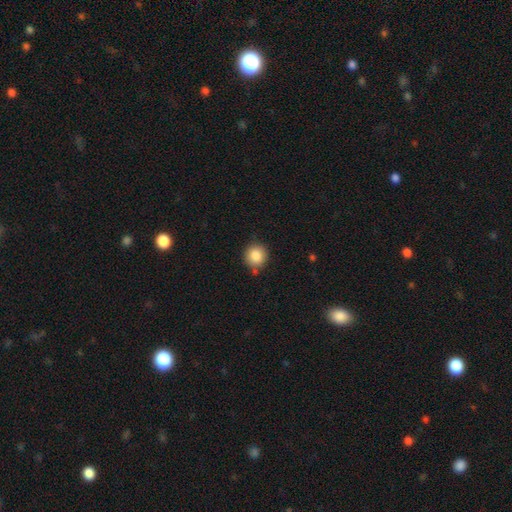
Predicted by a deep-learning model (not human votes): Q: Smooth or featured?
A: smooth (86%); runner-up: star or artifact (9%)
Q: How rounded?
A: round (90%); runner-up: in between (9%)
Q: Merging?
A: none (81%); runner-up: minor disturbance (12%)